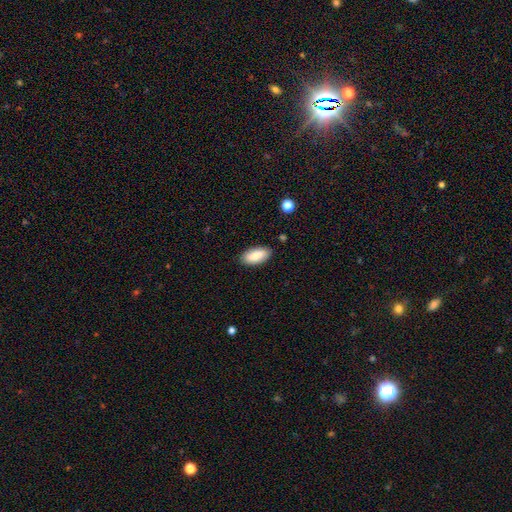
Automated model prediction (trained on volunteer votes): The model was most divided on "smooth or featured": smooth: 85%, featured or disk: 9%, star or artifact: 6%. More confident: how rounded — in between (90%); merging — none (87%).